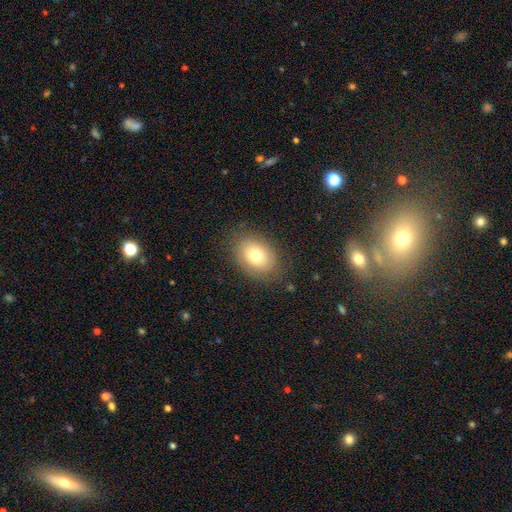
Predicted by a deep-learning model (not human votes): This is likely a smooth galaxy (73%). How rounded: likely in between (74%). Merging: clearly none (83%).